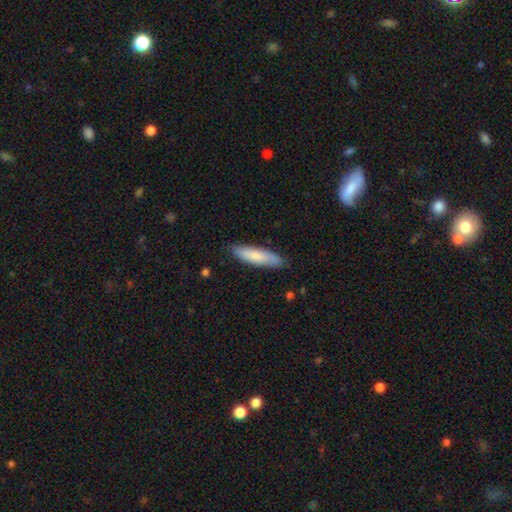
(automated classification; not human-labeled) Smooth or featured? Predicted: smooth (p=0.77). How rounded? Predicted: cigar-shaped (p=0.68). Merging? Predicted: none (p=0.84).